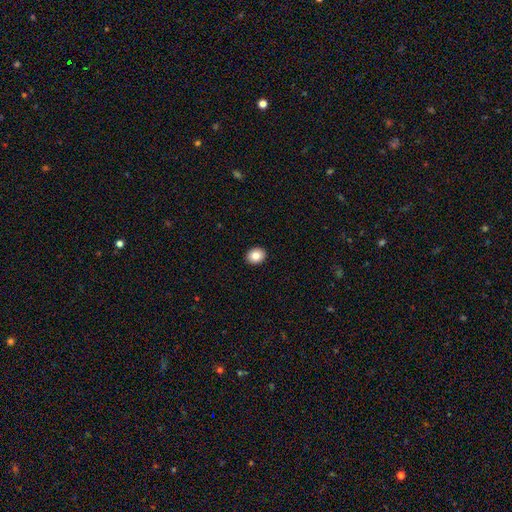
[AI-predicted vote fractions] A smooth galaxy with no disk features (84%) that is round (58%).

Vote fractions:
- Smooth or featured? smooth: 84% / star or artifact: 9% / featured or disk: 8%
- How rounded? round: 58% / in between: 41% / cigar-shaped: 1%
- Merging? none: 92% / minor disturbance: 5% / major disturbance: 1% / merger: 1%